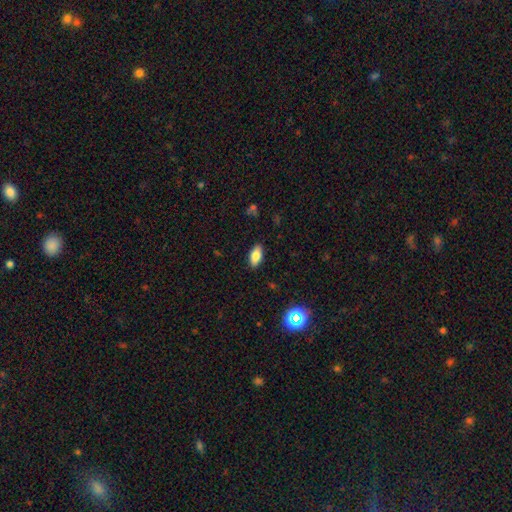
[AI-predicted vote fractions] Overall: smooth (80%). How rounded: in between (89%). Merging: none (88%).